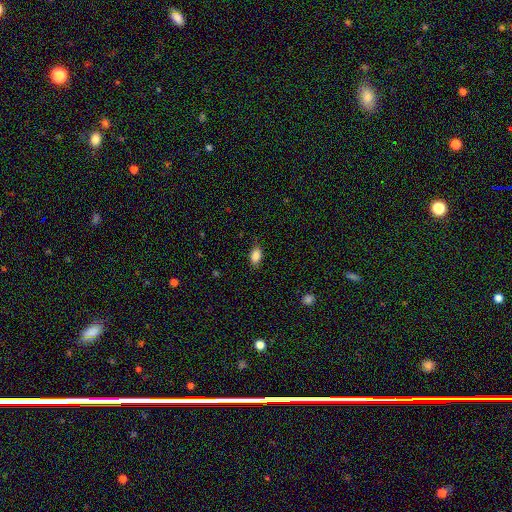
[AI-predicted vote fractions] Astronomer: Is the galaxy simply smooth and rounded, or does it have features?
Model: smooth — 87%.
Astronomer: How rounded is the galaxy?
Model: in between — 88%.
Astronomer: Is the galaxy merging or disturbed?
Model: none — 82%.